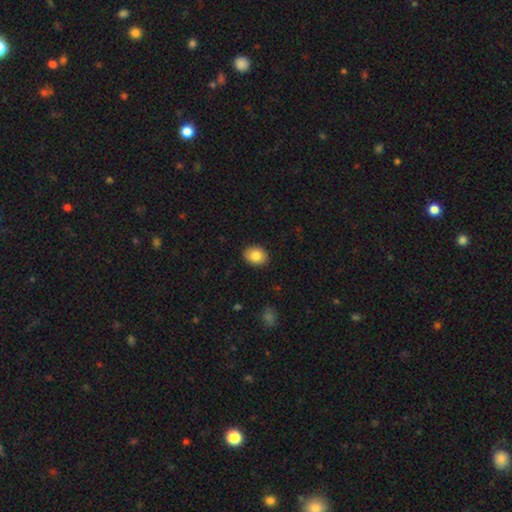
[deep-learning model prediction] smooth 83%, featured or disk 8%, star or artifact 8%. Down the decision tree: how rounded — in between (56%); merging — none (90%).